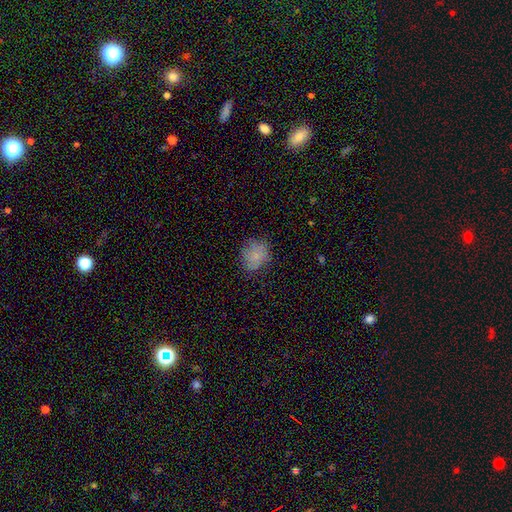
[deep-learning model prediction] Overall: smooth (77%). How rounded: round (67%; in between 32%). Merging: none (73%).